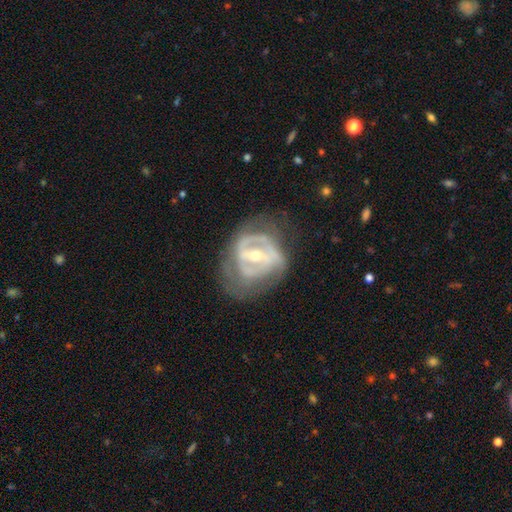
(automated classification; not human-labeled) This appears to be a featured or disk galaxy (84%) with a strong bar (53%), 2 (45%) tight (49%) spiral arms (70%) and a moderate central bulge (51%). Merging: none (53%).